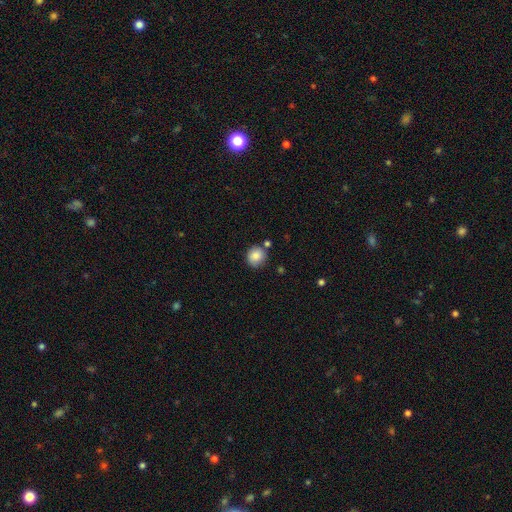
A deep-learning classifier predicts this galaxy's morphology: The model was most divided on "merging": none: 77%, minor disturbance: 12%, merger: 8%, major disturbance: 3%. More confident: how rounded — round (91%); smooth or featured — smooth (85%).